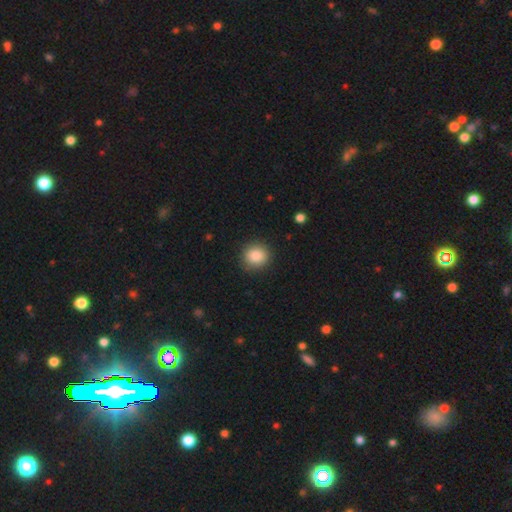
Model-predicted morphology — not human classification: Smooth or featured? Predicted: smooth (p=0.87). How rounded? Predicted: round (p=0.89). Merging? Predicted: none (p=0.89).